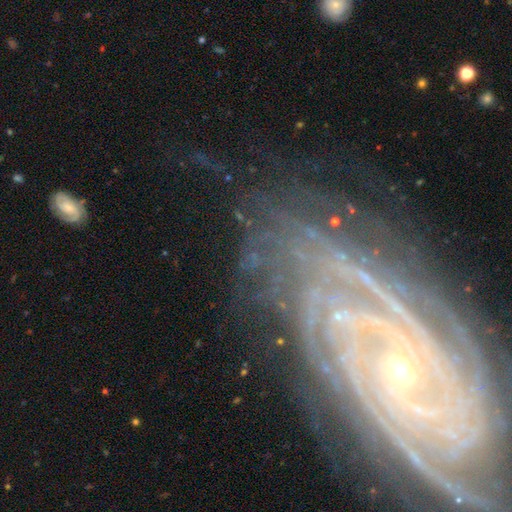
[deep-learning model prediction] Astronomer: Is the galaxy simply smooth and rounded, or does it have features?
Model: featured or disk — 74%.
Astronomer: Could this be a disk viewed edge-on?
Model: no — 94%.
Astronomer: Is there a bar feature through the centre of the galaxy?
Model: no — 46% (runner-up: weak, 28%).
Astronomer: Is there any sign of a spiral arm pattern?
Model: yes — 90%.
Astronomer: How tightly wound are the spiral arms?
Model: tight — 70%.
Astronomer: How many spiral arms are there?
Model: can't tell — 32% (runner-up: 2, 17%).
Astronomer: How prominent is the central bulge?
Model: small — 69%.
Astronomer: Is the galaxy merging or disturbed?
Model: none — 68%.